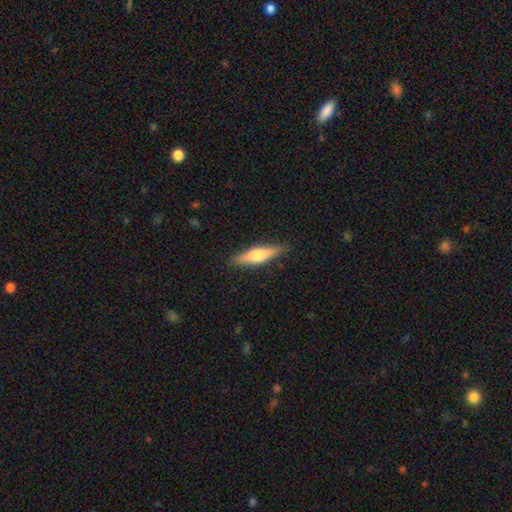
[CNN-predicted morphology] Smooth or featured?
  - smooth: 47% * (tied)
  - featured or disk: 47% * (tied)
  - star or artifact: 6%
Merging?
  - none: 89% *
  - minor disturbance: 8%
  - major disturbance: 2%
  - merger: 1%